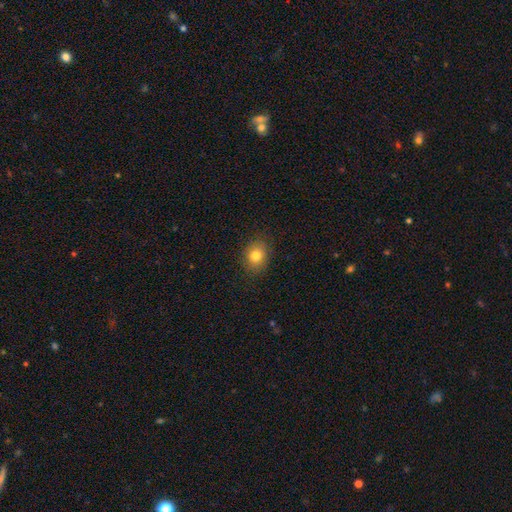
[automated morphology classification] A smooth galaxy with no disk features (79%) that is round (54%). Merging: none (86%).